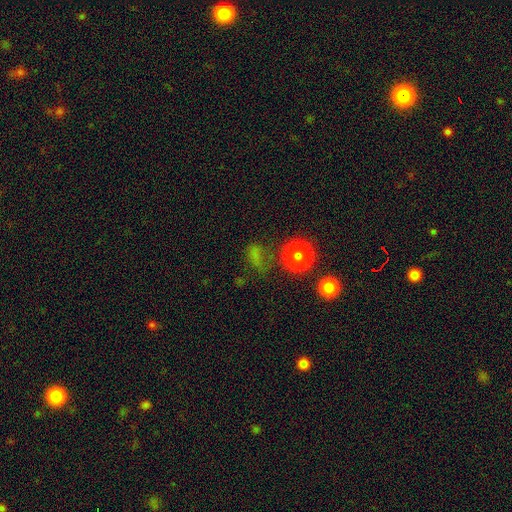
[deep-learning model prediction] Morphology: type=smooth (48%); merging=none (55%).